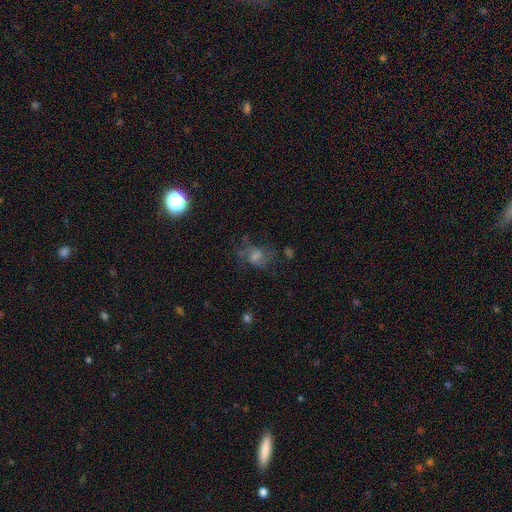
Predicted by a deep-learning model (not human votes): smooth 43%, featured or disk 36%, star or artifact 22%. Down the decision tree: merging — none (49%).